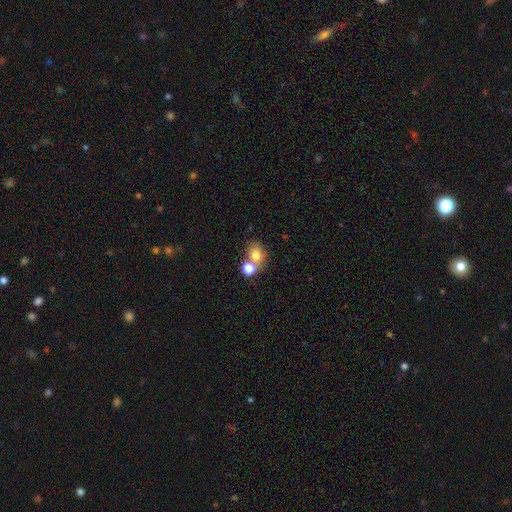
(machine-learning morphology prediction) smooth 76%, star or artifact 13%, featured or disk 10%. Down the decision tree: how rounded — round (56%); merging — none (51%).